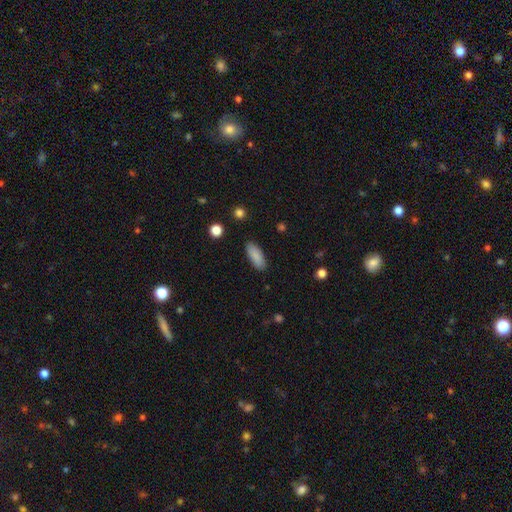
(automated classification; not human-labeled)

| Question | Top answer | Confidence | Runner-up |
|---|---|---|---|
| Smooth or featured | smooth | 88% | star or artifact (6%) |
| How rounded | in between | 76% | cigar-shaped (23%) |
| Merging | none | 87% | minor disturbance (9%) |